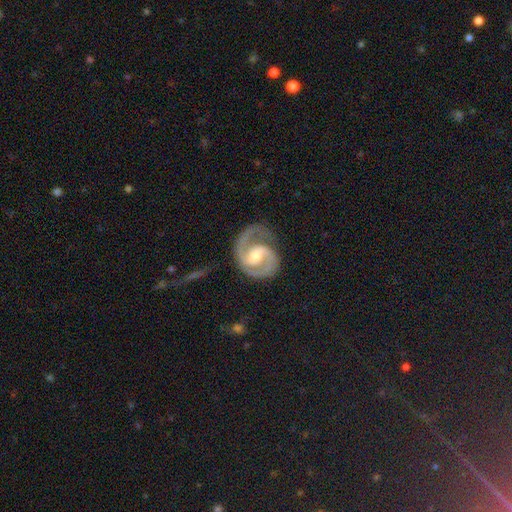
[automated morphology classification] The model was most divided on "spiral winding": medium: 52%, tight: 38%, loose: 10%. More confident: edge-on disk — no (98%); spiral arms — yes (98%); smooth or featured — featured or disk (91%); spiral arm count — 2 (85%); merging — none (68%); bulge size — moderate (56%); bar — weak (52%).